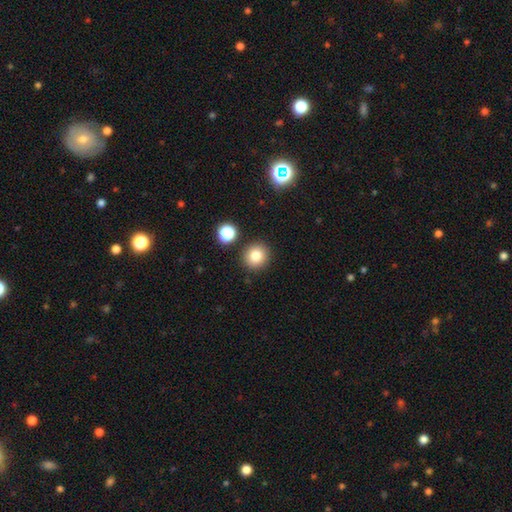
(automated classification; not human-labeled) smooth 81%, star or artifact 12%, featured or disk 7%. Down the decision tree: how rounded — round (91%); merging — none (87%).